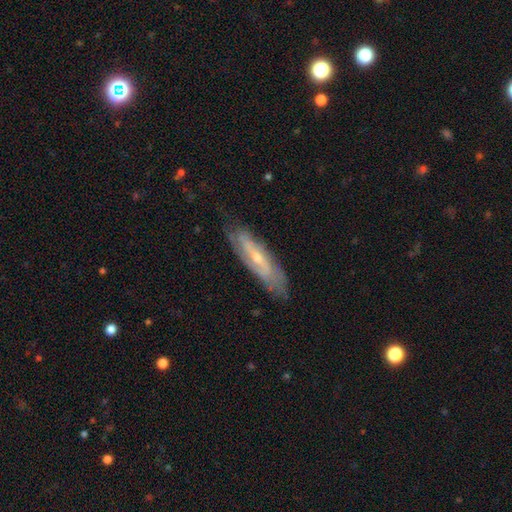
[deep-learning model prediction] Smooth or featured: featured or disk — 73% (smooth — 20%)
Edge-on disk: no — 67% (yes — 33%)
Merging: none — 76% (minor disturbance — 18%)